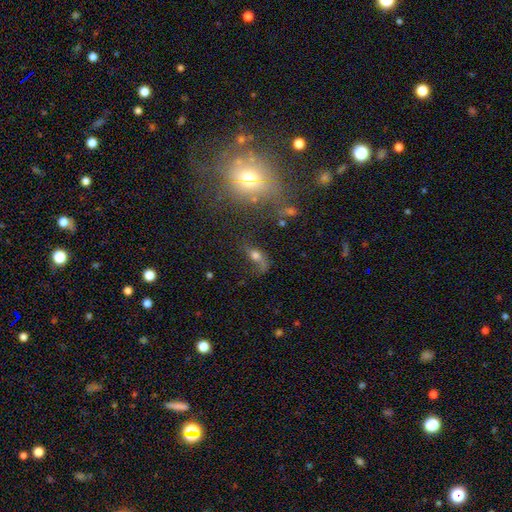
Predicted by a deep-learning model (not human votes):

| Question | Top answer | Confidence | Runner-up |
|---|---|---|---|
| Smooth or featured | smooth | 42% | featured or disk (40%) |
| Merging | none | 41% | major disturbance (29%) |